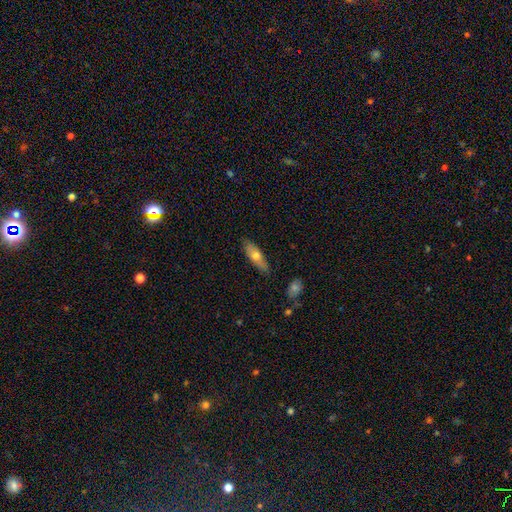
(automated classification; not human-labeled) The model was most divided on "how rounded": in between: 52%, cigar-shaped: 46%, round: 3%. More confident: merging — none (85%); smooth or featured — smooth (60%).